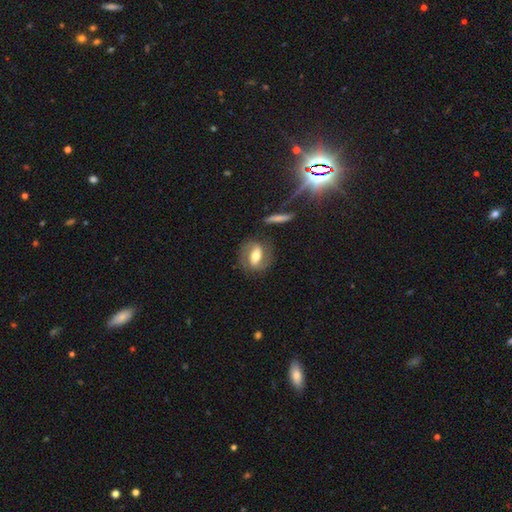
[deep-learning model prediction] The model was most divided on "bar": strong: 48%, weak: 34%, no: 18%. More confident: edge-on disk — no (92%); spiral arms — yes (82%); merging — none (76%); bulge size — moderate (66%); smooth or featured — featured or disk (64%).